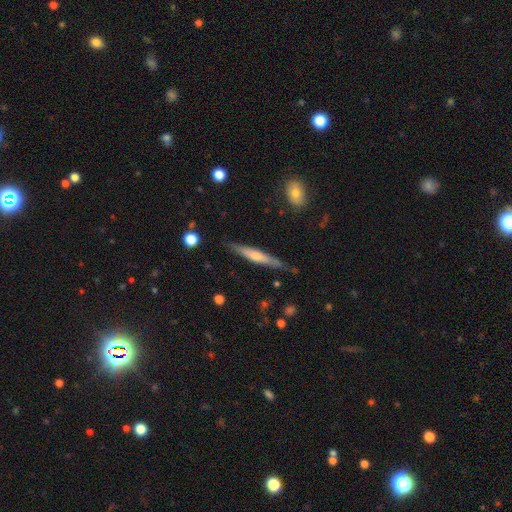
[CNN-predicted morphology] smooth-or-featured: featured or disk: 51% | smooth: 43% | star or artifact: 6%
  disk-edge-on: yes: 94% | no: 6%
  merging: none: 84% | minor disturbance: 12% | major disturbance: 2% | merger: 2%